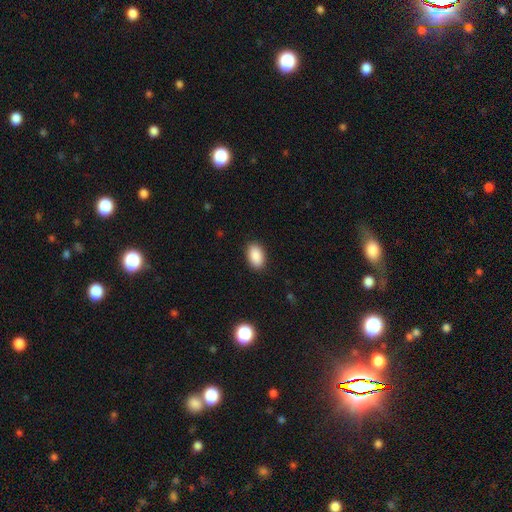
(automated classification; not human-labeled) A smooth galaxy with no disk features (90%) that is in between round and cigar-shaped (92%). Merging: none (89%).